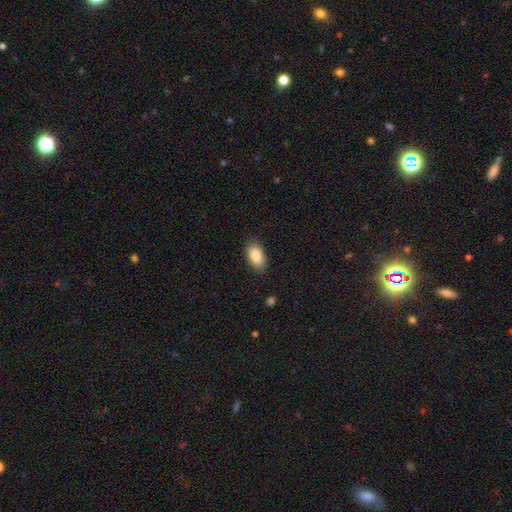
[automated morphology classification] Q: Smooth or featured?
A: smooth (87%); runner-up: star or artifact (7%)
Q: How rounded?
A: in between (94%); runner-up: round (4%)
Q: Merging?
A: none (86%); runner-up: minor disturbance (10%)